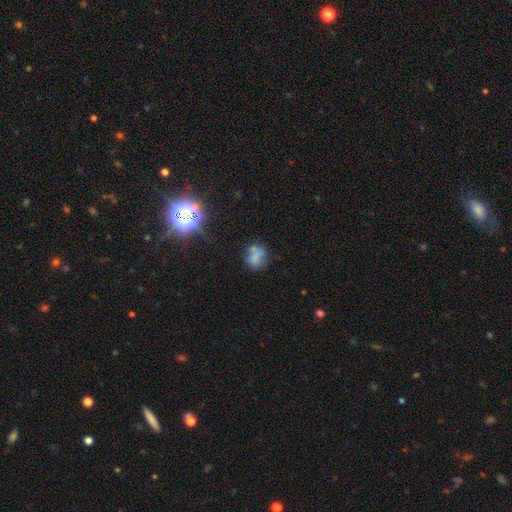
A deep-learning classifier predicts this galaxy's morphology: This is likely a smooth galaxy (61%). How rounded: possibly round (53%). Merging: possibly none (49%).